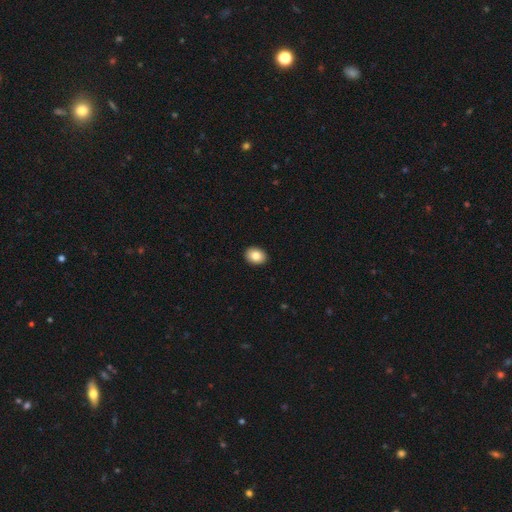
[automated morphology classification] type=smooth (84%); roundness=in between (67%); merging=none (92%).